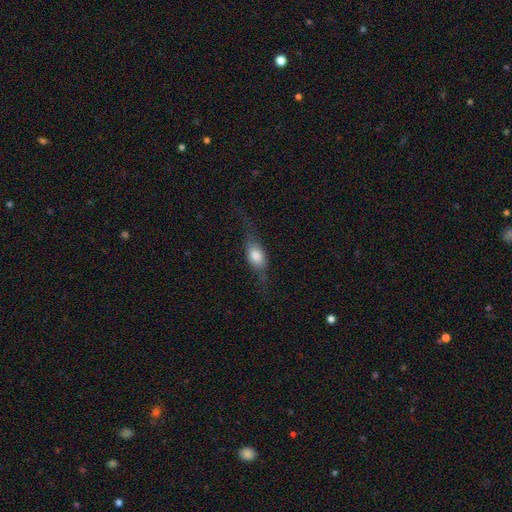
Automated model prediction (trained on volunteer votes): This appears to be a smooth galaxy with no disk features (51%) that is in between round and cigar-shaped (65%). Merging: none (61%).